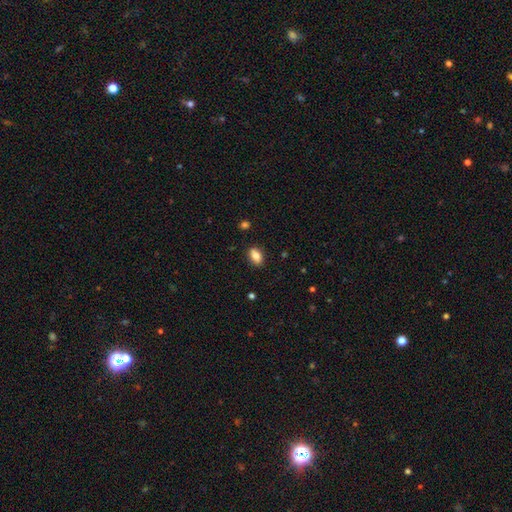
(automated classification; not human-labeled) A smooth galaxy with no disk features (83%) that is in between round and cigar-shaped (84%). Merging: none (84%).